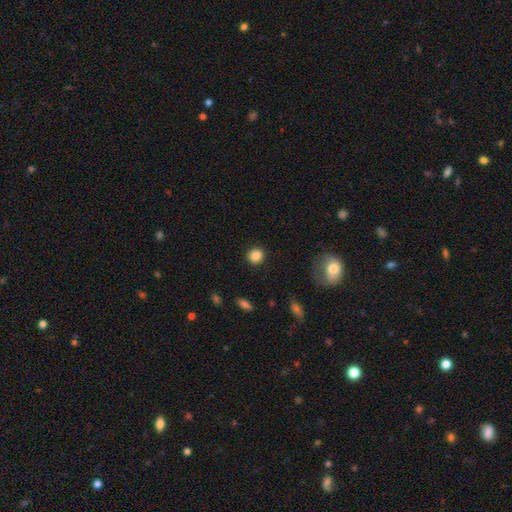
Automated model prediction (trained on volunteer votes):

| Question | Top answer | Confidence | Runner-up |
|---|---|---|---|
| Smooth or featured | smooth | 85% | star or artifact (10%) |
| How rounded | round | 91% | in between (8%) |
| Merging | none | 91% | minor disturbance (6%) |